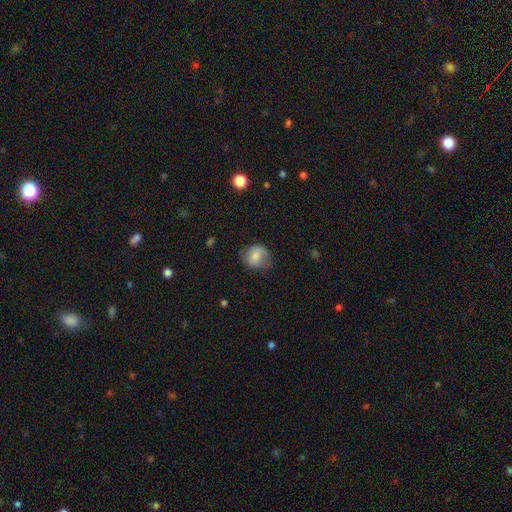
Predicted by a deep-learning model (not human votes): Morphology: type=smooth (74%); roundness=round (62%); merging=none (57%).